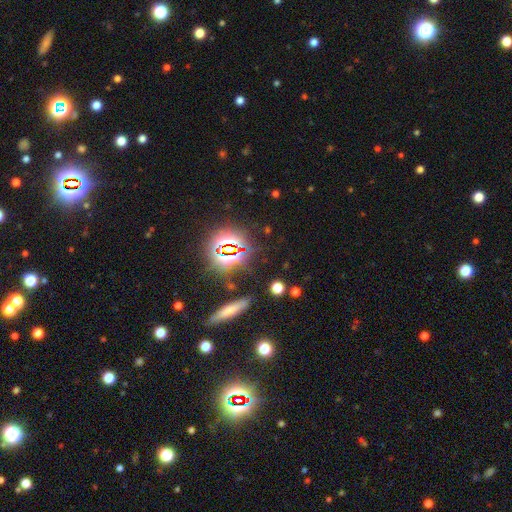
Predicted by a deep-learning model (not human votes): Smooth or featured?
  - star or artifact: 81% *
  - smooth: 12%
  - featured or disk: 8%